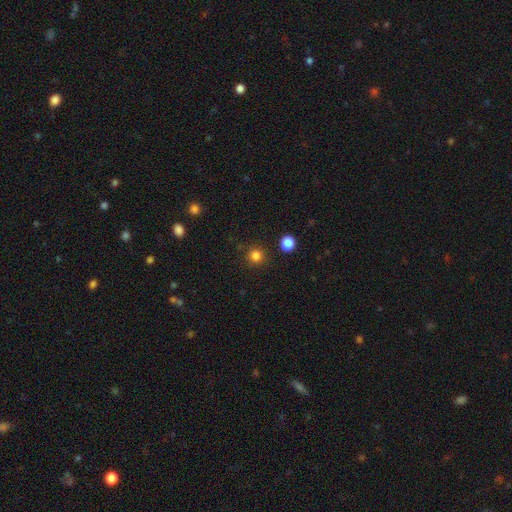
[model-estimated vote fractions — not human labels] smooth-or-featured: smooth: 82% | star or artifact: 14% | featured or disk: 4%
  how-rounded: round: 94% | in between: 5% | cigar-shaped: 1%
  merging: none: 89% | minor disturbance: 6% | major disturbance: 2% | merger: 2%